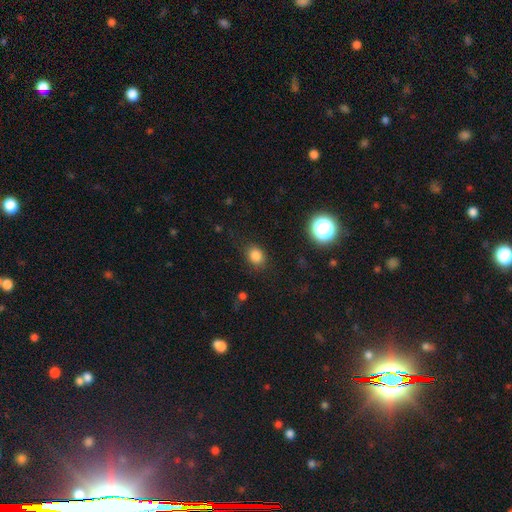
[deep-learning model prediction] A smooth galaxy with no disk features (82%) that is round (57%).

Vote fractions:
- Smooth or featured? smooth: 82% / star or artifact: 13% / featured or disk: 5%
- How rounded? round: 57% / in between: 42% / cigar-shaped: 1%
- Merging? none: 84% / minor disturbance: 11% / major disturbance: 4% / merger: 1%